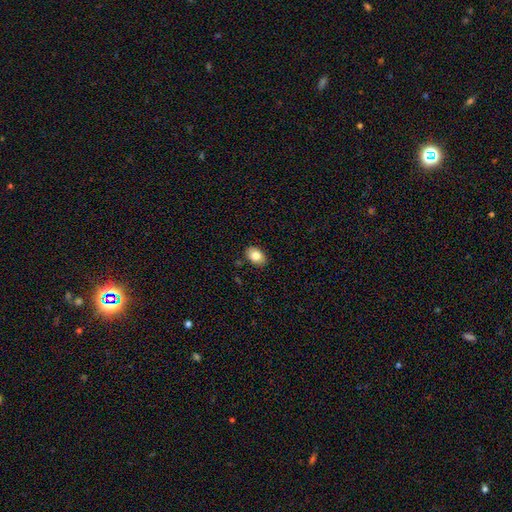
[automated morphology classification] The model was most divided on "how rounded": in between: 83%, round: 16%, cigar-shaped: 1%. More confident: merging — none (87%); smooth or featured — smooth (82%).